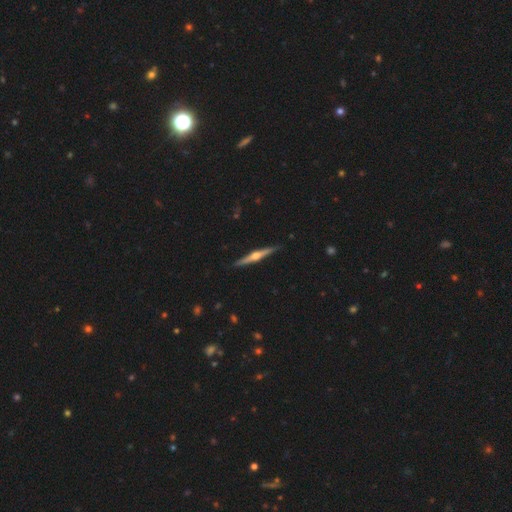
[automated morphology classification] Q: Smooth or featured?
A: featured or disk (78%); runner-up: smooth (17%)
Q: Edge-on disk?
A: yes (98%); runner-up: no (2%)
Q: Edge-on bulge?
A: rounded (92%); runner-up: boxy (5%)
Q: Merging?
A: none (91%); runner-up: minor disturbance (7%)